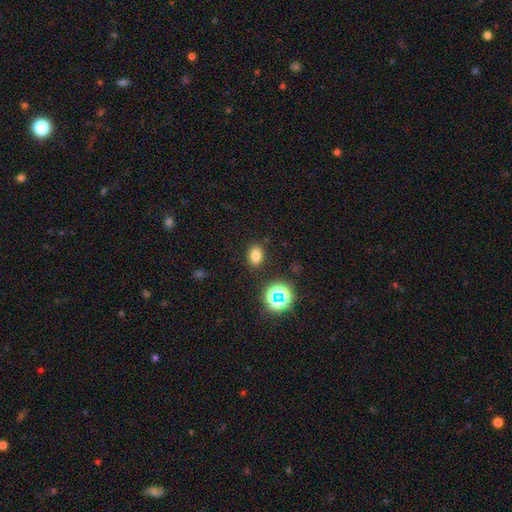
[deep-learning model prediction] Smooth or featured?
  - smooth: 76% *
  - star or artifact: 17%
  - featured or disk: 7%
How rounded?
  - in between: 68% *
  - round: 31%
  - cigar-shaped: 1%
Merging?
  - none: 86% *
  - minor disturbance: 9%
  - major disturbance: 3%
  - merger: 2%